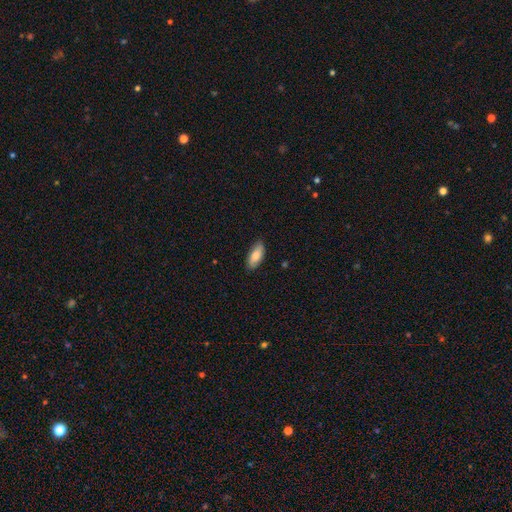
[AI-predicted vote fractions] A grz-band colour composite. It shows a smooth galaxy with no disk features (79%) that is in between round and cigar-shaped (83%). Merging: none (85%).